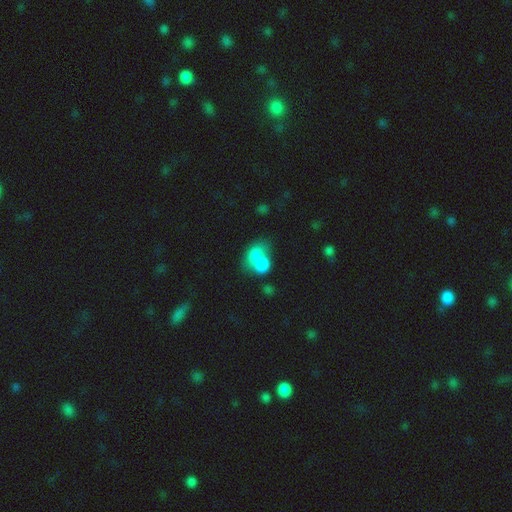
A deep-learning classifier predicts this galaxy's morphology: Smooth or featured: smooth — 74% (featured or disk — 17%)
How rounded: in between — 59% (round — 40%)
Merging: merger — 69% (none — 18%)